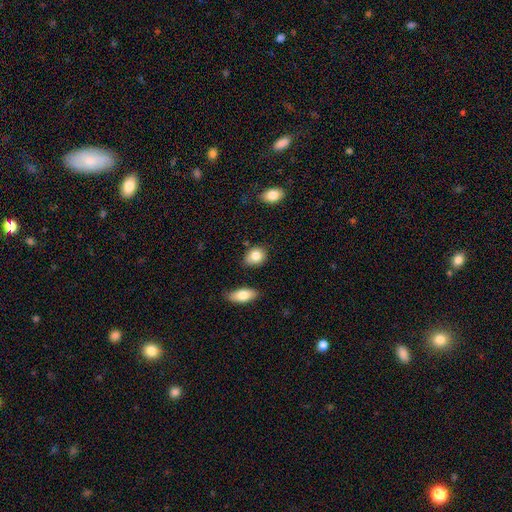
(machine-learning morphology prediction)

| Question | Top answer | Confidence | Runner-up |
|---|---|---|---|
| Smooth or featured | smooth | 84% | star or artifact (8%) |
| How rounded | in between | 54% | round (45%) |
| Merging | none | 76% | minor disturbance (16%) |